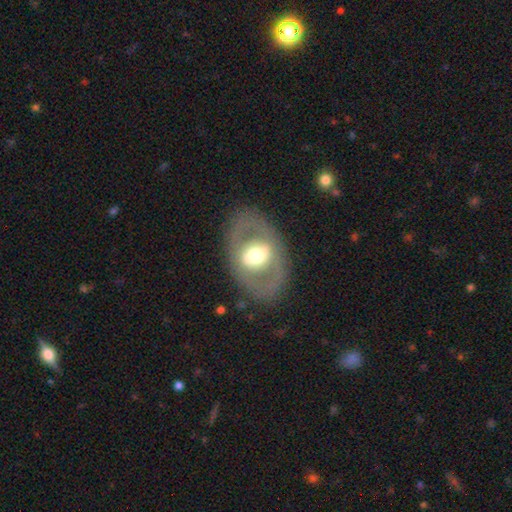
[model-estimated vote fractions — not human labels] A featured or disk galaxy (60%) with no bar (40%), no spiral arms (83%) and a moderate central bulge (56%).

Vote fractions:
- Smooth or featured? featured or disk: 60% / smooth: 33% / star or artifact: 7%
- Edge-on disk? no: 89% / yes: 11%
- Bar? no: 40% / strong: 32% / weak: 29%
- Spiral arms? no: 83% / yes: 17%
- Bulge size? moderate: 56% / large: 30% / small: 9% / dominant: 4% / none: 1%
- Merging? none: 78% / minor disturbance: 11% / major disturbance: 10% / merger: 1%